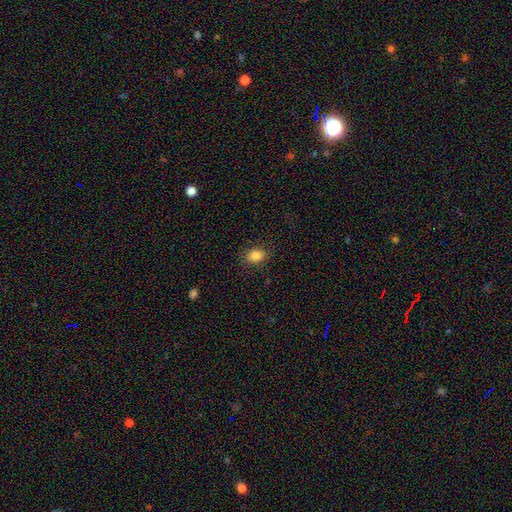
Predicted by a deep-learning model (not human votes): The model was most divided on "how rounded": in between: 70%, round: 29%, cigar-shaped: 1%. More confident: merging — none (85%); smooth or featured — smooth (85%).